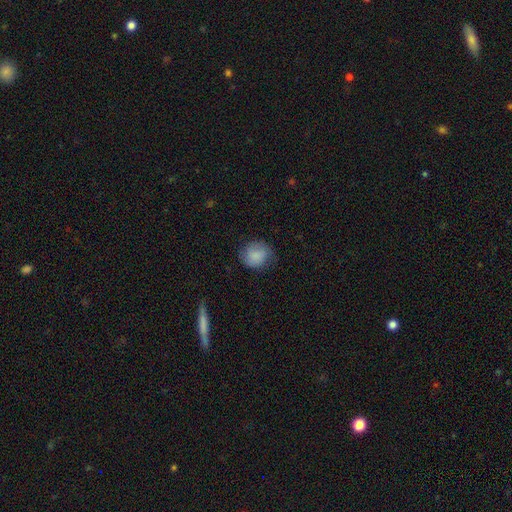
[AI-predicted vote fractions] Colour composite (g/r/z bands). It shows a smooth galaxy with no disk features (84%) that is round (76%). Merging: none (74%).